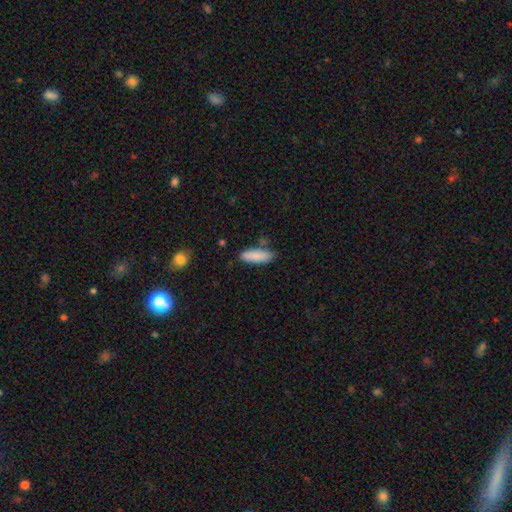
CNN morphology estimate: Smooth or featured? Predicted: smooth (p=0.87). How rounded? Predicted: in between (p=0.51). Merging? Predicted: none (p=0.78).